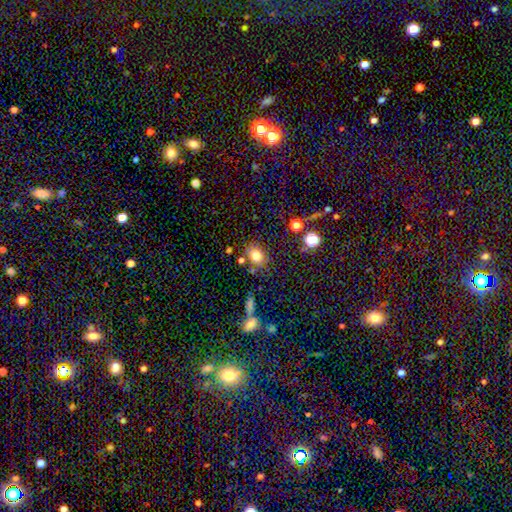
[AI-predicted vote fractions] A smooth galaxy with no disk features (76%) that is round (57%).

Vote fractions:
- Smooth or featured? smooth: 76% / star or artifact: 15% / featured or disk: 9%
- How rounded? round: 57% / in between: 41% / cigar-shaped: 2%
- Merging? none: 75% / minor disturbance: 13% / merger: 8% / major disturbance: 5%